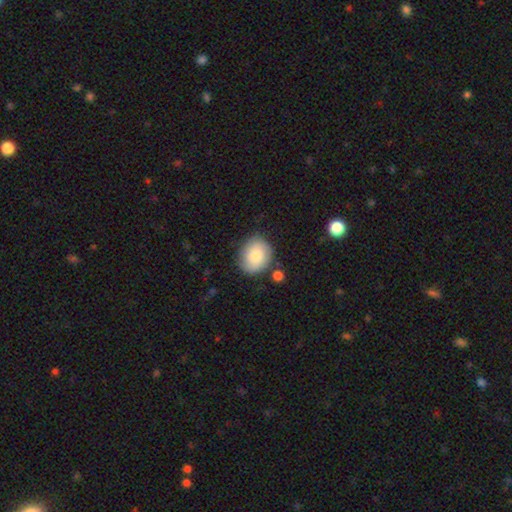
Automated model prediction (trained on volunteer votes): Q: Smooth or featured?
A: smooth (81%); runner-up: featured or disk (12%)
Q: How rounded?
A: round (60%); runner-up: in between (39%)
Q: Merging?
A: none (78%); runner-up: minor disturbance (15%)